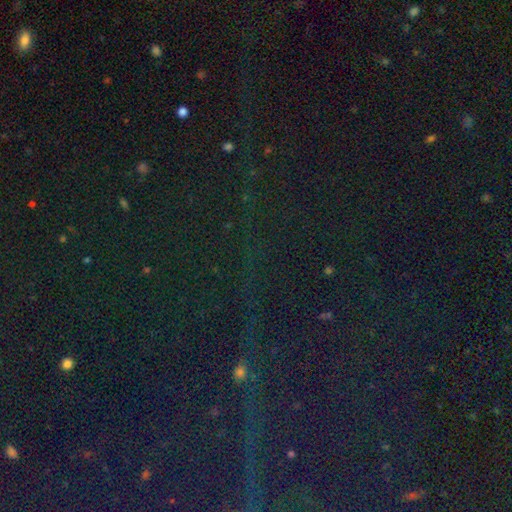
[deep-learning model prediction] Q: Smooth or featured?
A: star or artifact (83%); runner-up: smooth (10%)